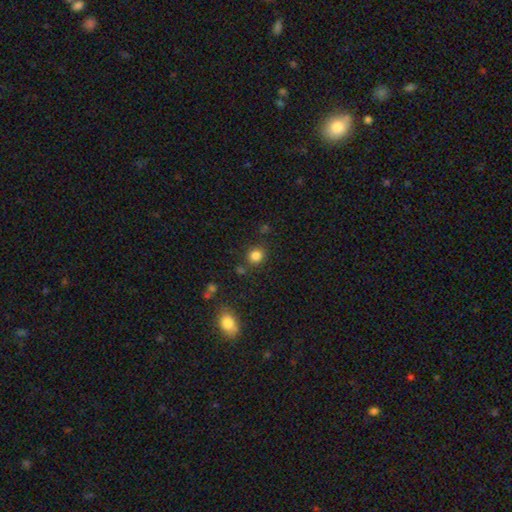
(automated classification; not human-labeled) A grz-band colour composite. It shows a smooth galaxy with no disk features (83%) that is round (86%). Merging: none (83%).